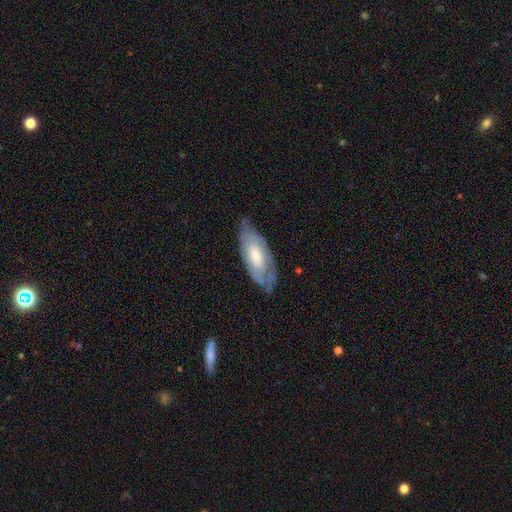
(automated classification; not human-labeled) smooth_or_featured: featured or disk (p=0.53) [alt: smooth p=0.41]
disk_edge_on: no (p=0.83) [alt: yes p=0.17]
merging: none (p=0.59) [alt: minor disturbance p=0.30]